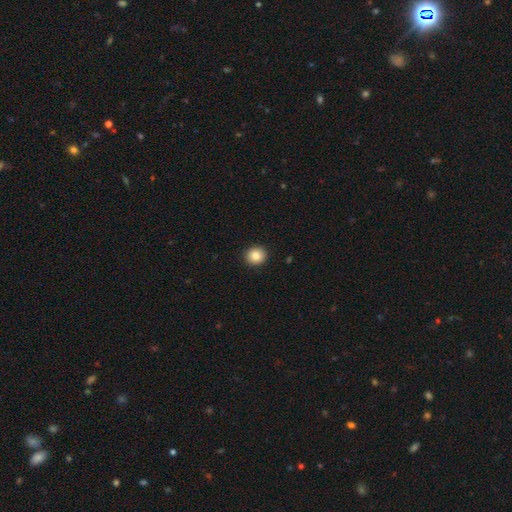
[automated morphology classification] This appears to be a smooth galaxy with no disk features (85%) that is round (83%). Merging: none (92%).